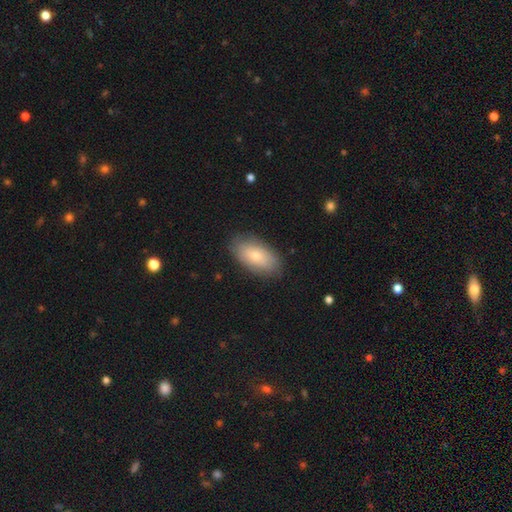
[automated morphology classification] A smooth galaxy with no disk features (69%) that is in between round and cigar-shaped (93%). Merging: none (83%).